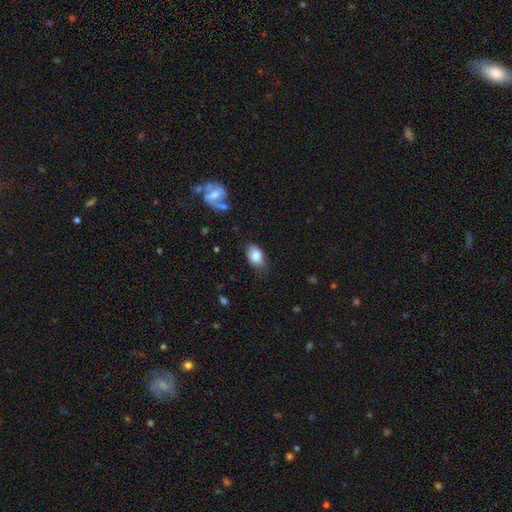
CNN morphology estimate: The model was most divided on "merging": none: 72%, minor disturbance: 22%, major disturbance: 5%, merger: 2%. More confident: how rounded — in between (90%); smooth or featured — smooth (82%).